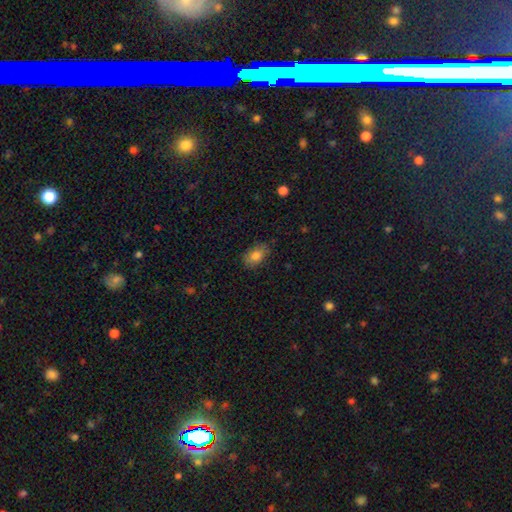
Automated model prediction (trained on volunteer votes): Smooth or featured?
  - smooth: 82% *
  - featured or disk: 10%
  - star or artifact: 8%
How rounded?
  - in between: 87% *
  - round: 11%
  - cigar-shaped: 2%
Merging?
  - none: 81% *
  - minor disturbance: 15%
  - major disturbance: 3%
  - merger: 1%